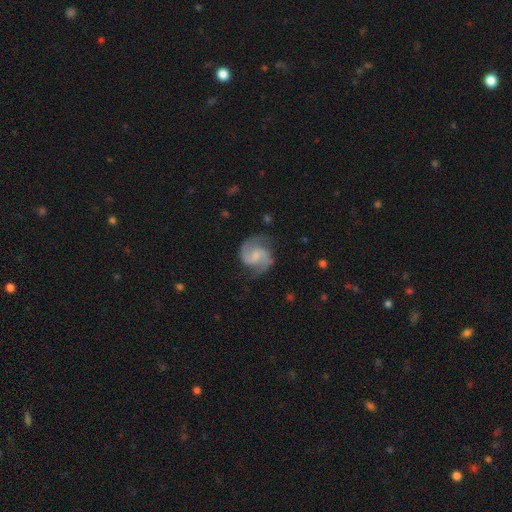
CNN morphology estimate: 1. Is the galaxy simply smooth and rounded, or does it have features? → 87% featured or disk, 8% smooth, 5% star or artifact.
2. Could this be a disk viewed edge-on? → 98% no, 2% yes.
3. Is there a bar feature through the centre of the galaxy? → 55% weak, 32% no, 14% strong.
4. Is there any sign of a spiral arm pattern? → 97% yes, 3% no.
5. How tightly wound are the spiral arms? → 59% medium, 22% loose, 19% tight.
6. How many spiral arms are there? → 93% 2, 3% can't tell, 2% 3, 1% 1, 1% 4, 1% more than 4.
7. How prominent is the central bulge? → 37% none, 33% small, 24% moderate, 4% large, 1% dominant.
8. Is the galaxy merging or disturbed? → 75% none, 17% minor disturbance, 7% major disturbance, 1% merger.